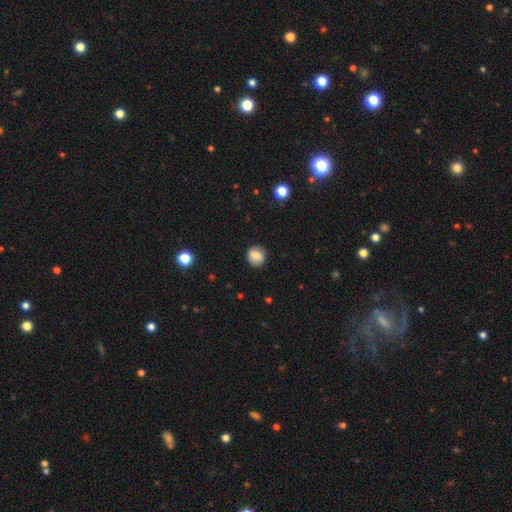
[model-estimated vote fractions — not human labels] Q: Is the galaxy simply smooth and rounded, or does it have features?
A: smooth — 80%.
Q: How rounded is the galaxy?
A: round — 82%.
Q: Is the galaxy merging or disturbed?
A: none — 87%.